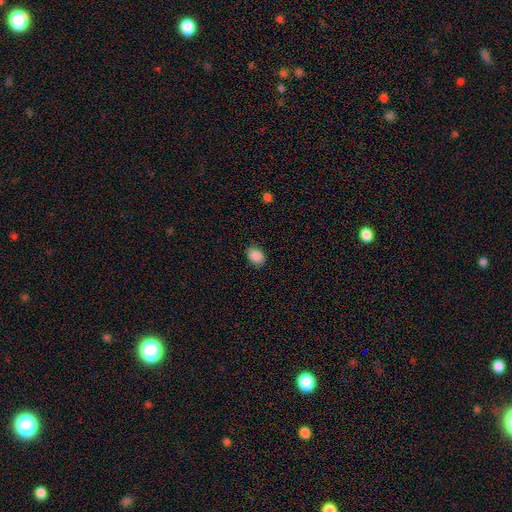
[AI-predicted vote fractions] A smooth galaxy with no disk features (88%) that is in between round and cigar-shaped (65%).

Vote fractions:
- Smooth or featured? smooth: 88% / star or artifact: 8% / featured or disk: 4%
- How rounded? in between: 65% / round: 34% / cigar-shaped: 1%
- Merging? none: 82% / minor disturbance: 14% / major disturbance: 3% / merger: 1%